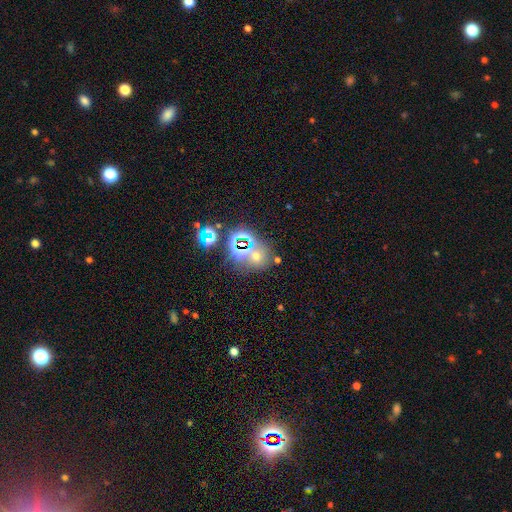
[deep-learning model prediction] Smooth or featured? Predicted: smooth (p=0.45). Merging? Predicted: none (p=0.61).